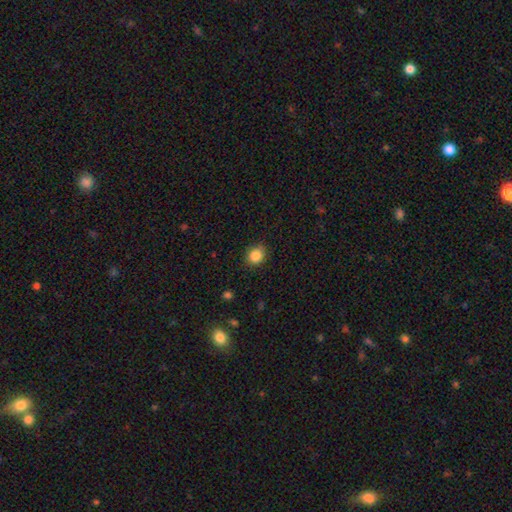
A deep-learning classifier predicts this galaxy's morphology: smooth_or_featured: smooth (p=0.86) [alt: star or artifact p=0.10]
how_rounded: round (p=0.68) [alt: in between p=0.31]
merging: none (p=0.85) [alt: minor disturbance p=0.11]